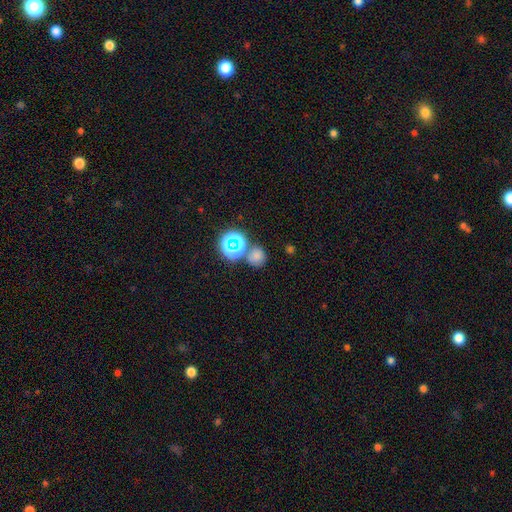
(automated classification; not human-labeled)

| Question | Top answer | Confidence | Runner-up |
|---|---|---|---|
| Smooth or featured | smooth | 68% | star or artifact (25%) |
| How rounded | round | 85% | in between (14%) |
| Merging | none | 67% | merger (19%) |